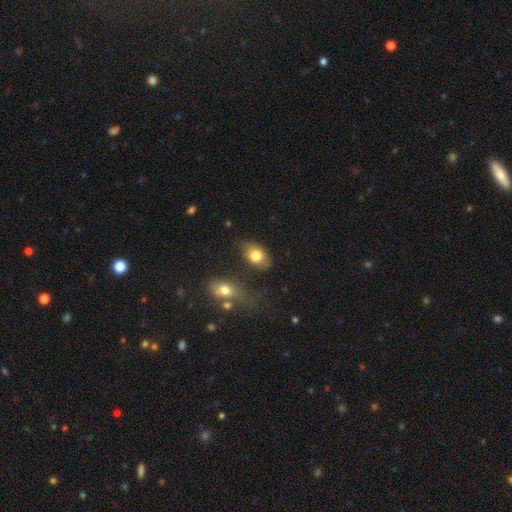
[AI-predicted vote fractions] This appears to be a smooth galaxy with no disk features (78%) that is in between round and cigar-shaped (86%). Merging: none (70%).